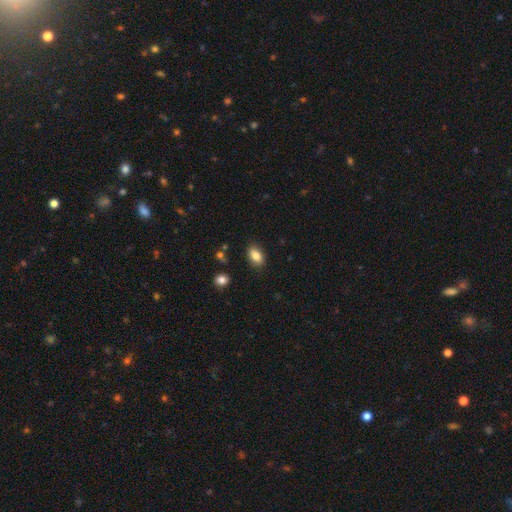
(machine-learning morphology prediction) Overall: smooth (86%). How rounded: in between (88%). Merging: none (85%).